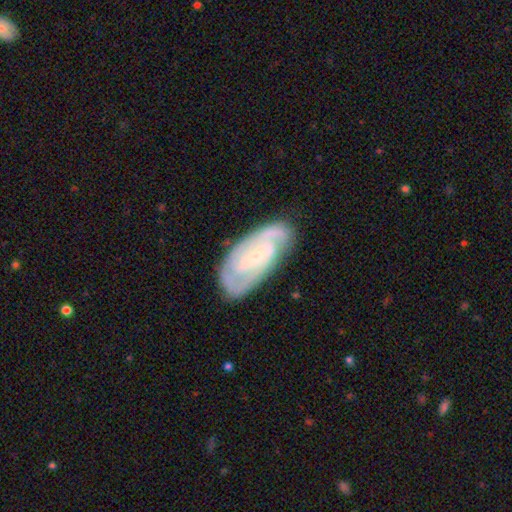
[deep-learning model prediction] Q: Smooth or featured?
A: featured or disk (80%); runner-up: smooth (15%)
Q: Edge-on disk?
A: no (95%); runner-up: yes (5%)
Q: Bar?
A: no (65%); runner-up: weak (28%)
Q: Spiral arms?
A: yes (94%); runner-up: no (6%)
Q: Spiral winding?
A: tight (63%); runner-up: medium (30%)
Q: Spiral arm count?
A: 2 (45%); runner-up: can't tell (27%)
Q: Bulge size?
A: small (79%); runner-up: moderate (13%)
Q: Merging?
A: none (75%); runner-up: minor disturbance (19%)